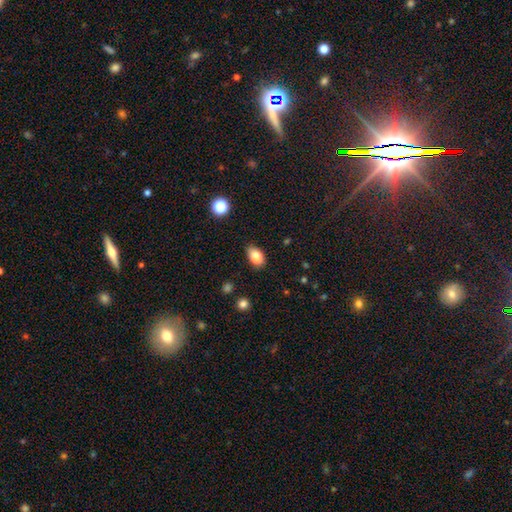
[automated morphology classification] smooth-or-featured: smooth: 83% | star or artifact: 9% | featured or disk: 7%
  how-rounded: in between: 85% | round: 13% | cigar-shaped: 2%
  merging: none: 78% | minor disturbance: 17% | major disturbance: 3% | merger: 2%